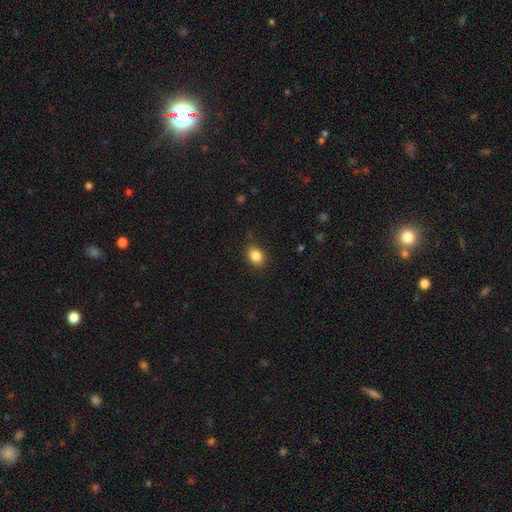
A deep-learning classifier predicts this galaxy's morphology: type=smooth (85%); roundness=in between (64%); merging=none (85%).